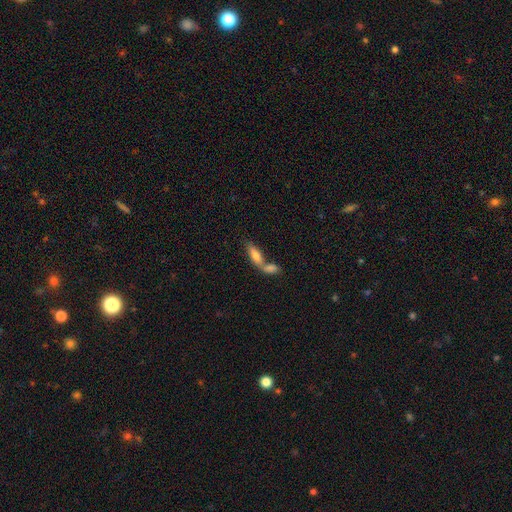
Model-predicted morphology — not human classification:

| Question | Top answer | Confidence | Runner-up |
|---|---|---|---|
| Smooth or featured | smooth | 72% | featured or disk (21%) |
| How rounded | in between | 63% | cigar-shaped (34%) |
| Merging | merger | 64% | none (25%) |